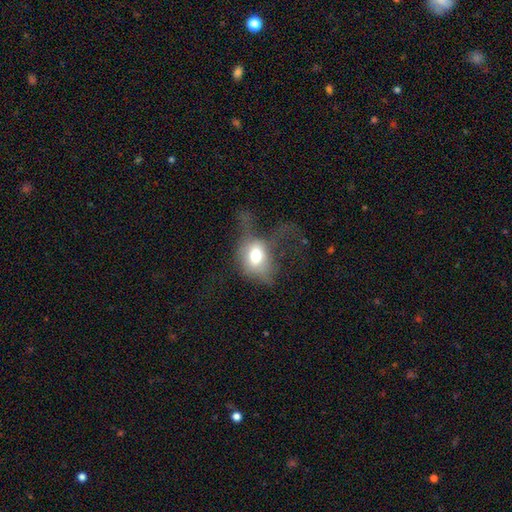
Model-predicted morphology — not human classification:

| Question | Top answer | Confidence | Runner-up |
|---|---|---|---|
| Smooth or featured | smooth | 63% | featured or disk (25%) |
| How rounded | in between | 54% | round (44%) |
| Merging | major disturbance | 48% | none (28%) |